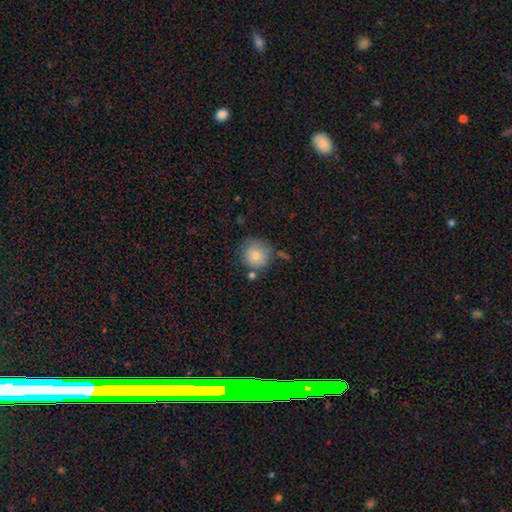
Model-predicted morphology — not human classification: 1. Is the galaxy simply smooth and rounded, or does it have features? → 79% smooth, 12% featured or disk, 9% star or artifact.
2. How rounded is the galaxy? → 92% round, 7% in between, 1% cigar-shaped.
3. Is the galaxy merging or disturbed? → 69% none, 18% minor disturbance, 8% merger, 5% major disturbance.